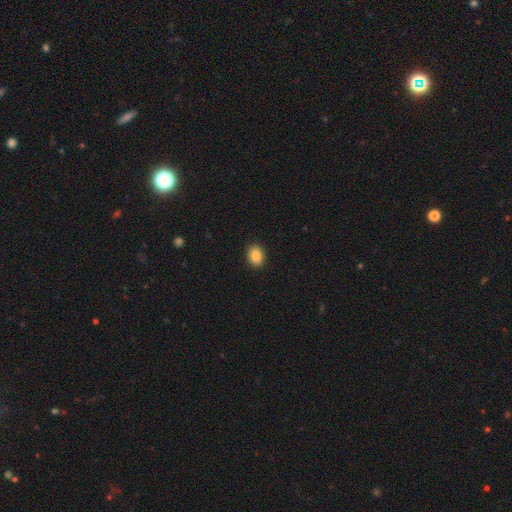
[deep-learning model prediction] smooth 86%, star or artifact 9%, featured or disk 5%. Down the decision tree: how rounded — in between (56%); merging — none (92%).